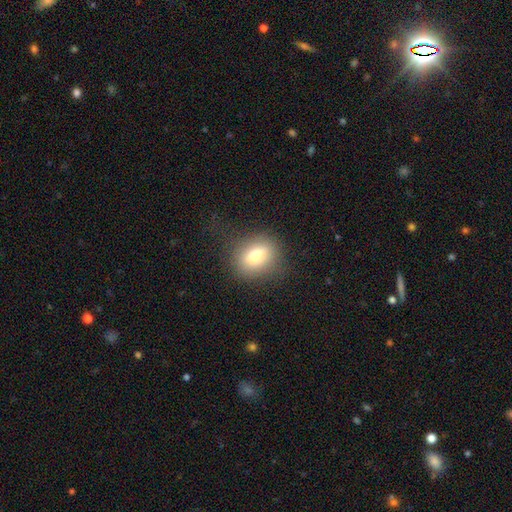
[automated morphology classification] Smooth or featured?
  - smooth: 73% *
  - featured or disk: 16%
  - star or artifact: 10%
How rounded?
  - in between: 51% *
  - round: 46%
  - cigar-shaped: 3%
Merging?
  - none: 77% *
  - minor disturbance: 14%
  - major disturbance: 7%
  - merger: 1%